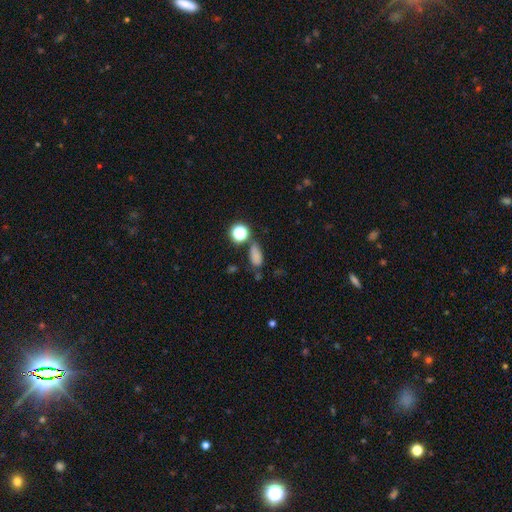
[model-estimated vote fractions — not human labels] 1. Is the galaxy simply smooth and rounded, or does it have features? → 73% smooth, 20% star or artifact, 7% featured or disk.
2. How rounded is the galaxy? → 77% in between, 15% round, 8% cigar-shaped.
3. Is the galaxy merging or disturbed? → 60% none, 19% minor disturbance, 13% merger, 8% major disturbance.